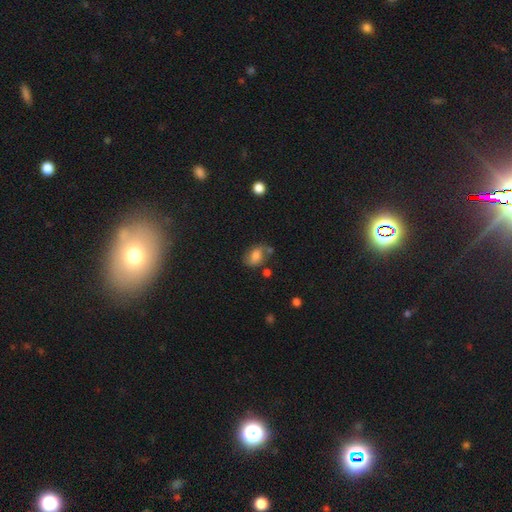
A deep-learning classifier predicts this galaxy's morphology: Smooth or featured?
  - smooth: 59% *
  - featured or disk: 29%
  - star or artifact: 12%
How rounded?
  - in between: 77% *
  - round: 21%
  - cigar-shaped: 2%
Merging?
  - none: 58% *
  - minor disturbance: 24%
  - merger: 9%
  - major disturbance: 9%